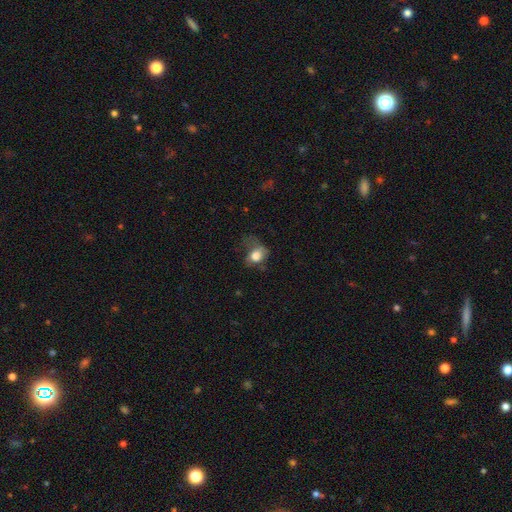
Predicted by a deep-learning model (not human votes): smooth_or_featured: smooth (p=0.72) [alt: featured or disk p=0.18]
how_rounded: in between (p=0.58) [alt: round p=0.41]
merging: major disturbance (p=0.41) [alt: none p=0.29]